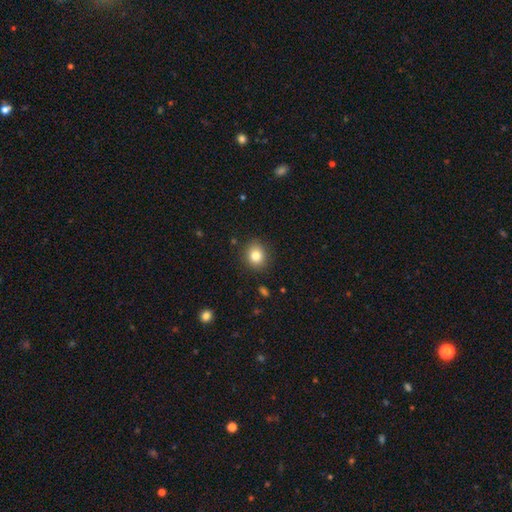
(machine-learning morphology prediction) The model was most divided on "how rounded": round: 70%, in between: 29%, cigar-shaped: 1%. More confident: merging — none (88%); smooth or featured — smooth (83%).